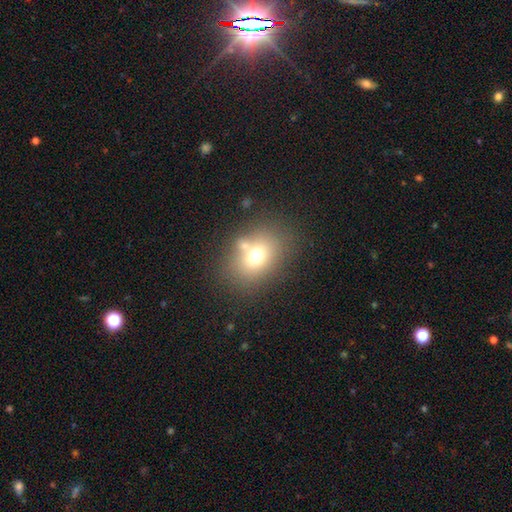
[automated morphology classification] Smooth or featured: smooth — 69% (featured or disk — 17%)
How rounded: in between — 62% (round — 37%)
Merging: none — 67% (merger — 15%)